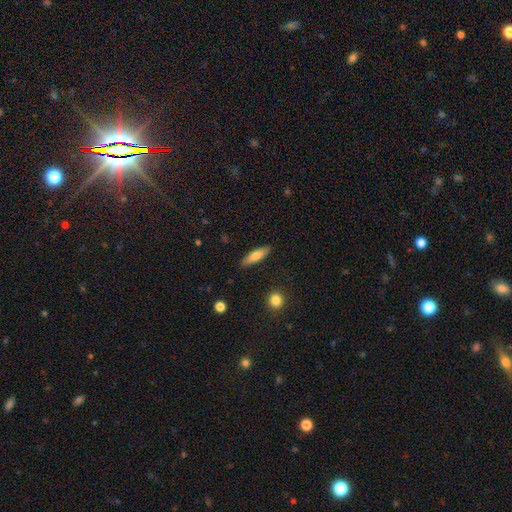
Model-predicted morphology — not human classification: smooth_or_featured: smooth (p=0.71) [alt: featured or disk p=0.23]
how_rounded: cigar-shaped (p=0.56) [alt: in between p=0.41]
merging: none (p=0.88) [alt: minor disturbance p=0.09]